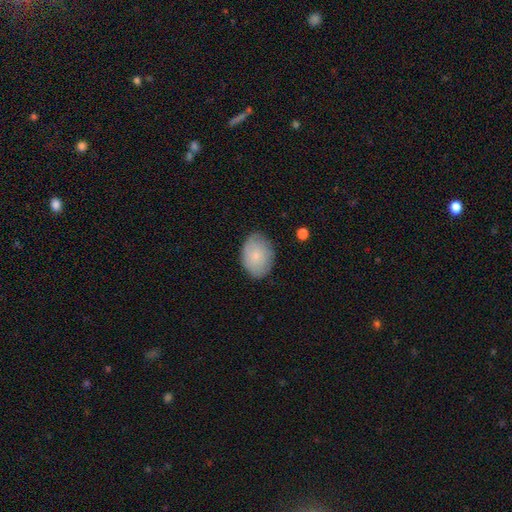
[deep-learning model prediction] This is likely a smooth galaxy (75%). How rounded: likely in between (71%). Merging: likely none (79%).